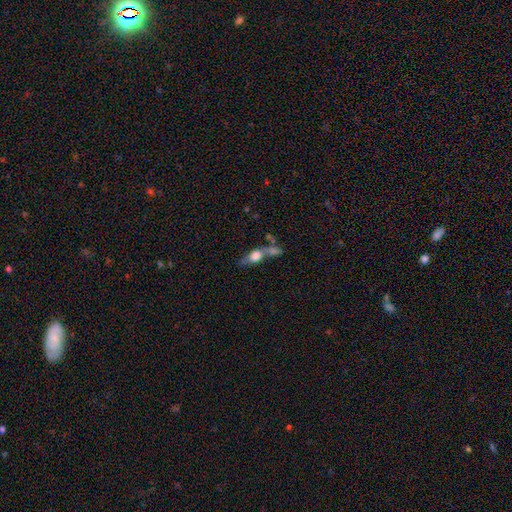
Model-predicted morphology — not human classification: A smooth galaxy with no disk features (55%) that is in between round and cigar-shaped (58%).

Vote fractions:
- Smooth or featured? smooth: 55% / featured or disk: 34% / star or artifact: 11%
- How rounded? in between: 58% / cigar-shaped: 24% / round: 18%
- Merging? merger: 46% / none: 30% / minor disturbance: 13% / major disturbance: 12%